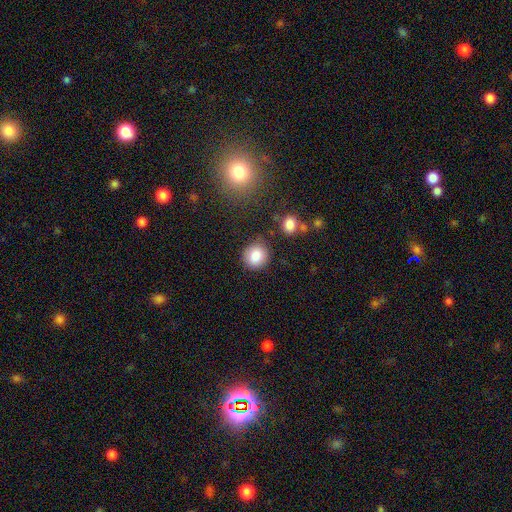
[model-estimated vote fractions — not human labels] This appears to be a smooth galaxy with no disk features (84%) that is round (85%). Merging: none (83%).